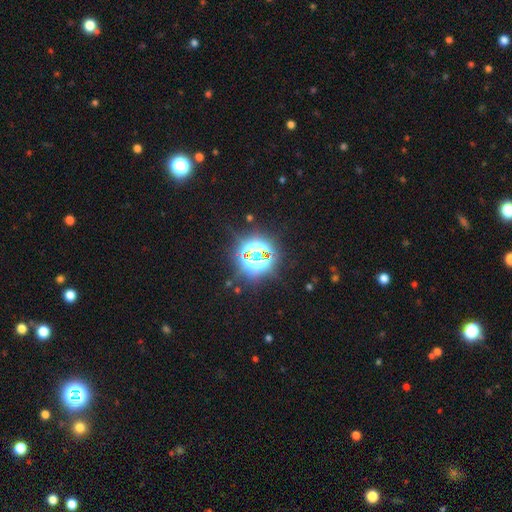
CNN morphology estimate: Q: Smooth or featured?
A: star or artifact (77%); runner-up: smooth (15%)